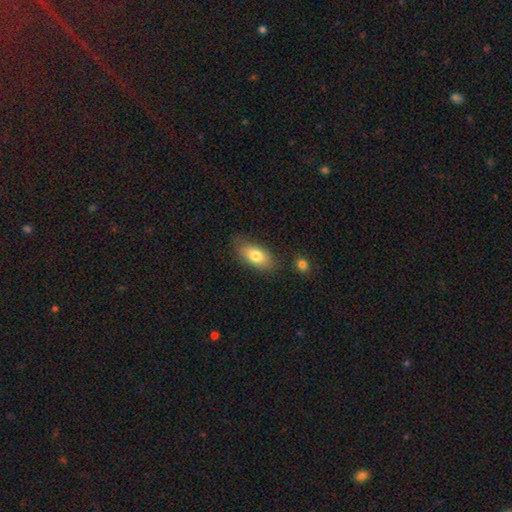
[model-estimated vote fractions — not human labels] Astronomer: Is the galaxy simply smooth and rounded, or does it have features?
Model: smooth — 78%.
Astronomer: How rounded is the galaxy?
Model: in between — 88%.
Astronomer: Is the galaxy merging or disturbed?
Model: none — 76%.